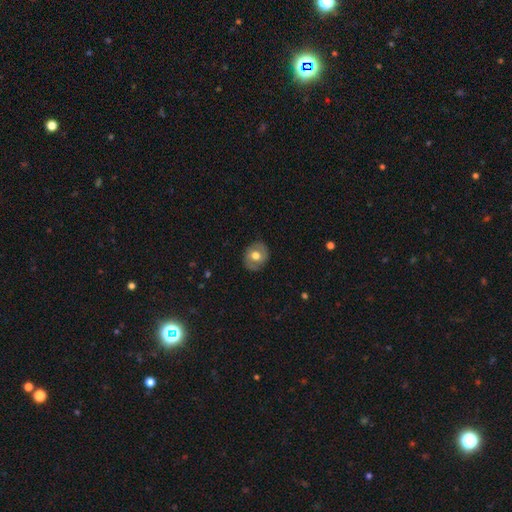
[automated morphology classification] Smooth or featured?
  - smooth: 52% *
  - featured or disk: 40%
  - star or artifact: 7%
How rounded?
  - round: 71% *
  - in between: 28%
  - cigar-shaped: 1%
Merging?
  - none: 84% *
  - minor disturbance: 12%
  - major disturbance: 3%
  - merger: 1%